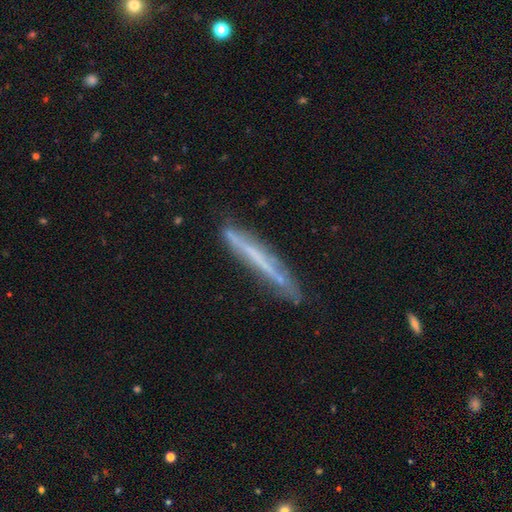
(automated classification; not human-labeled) The model was most divided on "smooth or featured": featured or disk: 54%, smooth: 38%, star or artifact: 8%. More confident: edge-on disk — yes (88%); merging — none (75%).